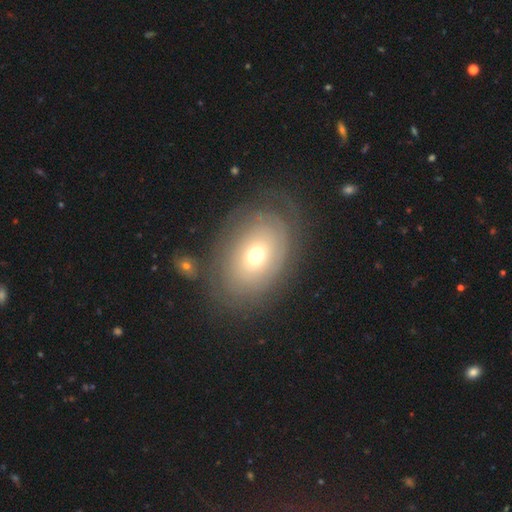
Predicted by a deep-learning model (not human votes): Morphology: type=featured or disk (46%); merging=none (69%).